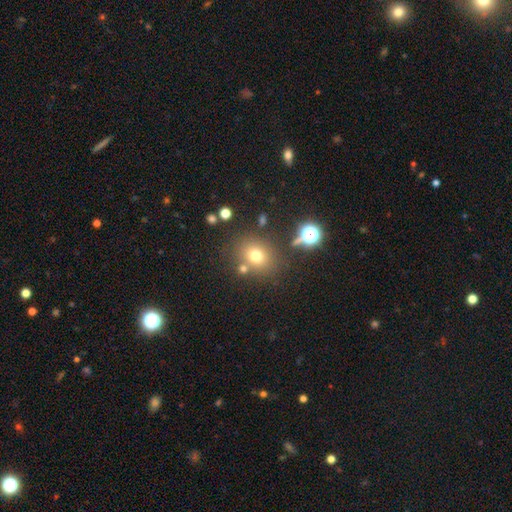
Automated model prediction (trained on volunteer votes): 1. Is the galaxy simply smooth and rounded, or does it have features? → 70% smooth, 19% star or artifact, 11% featured or disk.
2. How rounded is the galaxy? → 70% round, 29% in between, 1% cigar-shaped.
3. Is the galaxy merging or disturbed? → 75% none, 11% minor disturbance, 9% merger, 5% major disturbance.